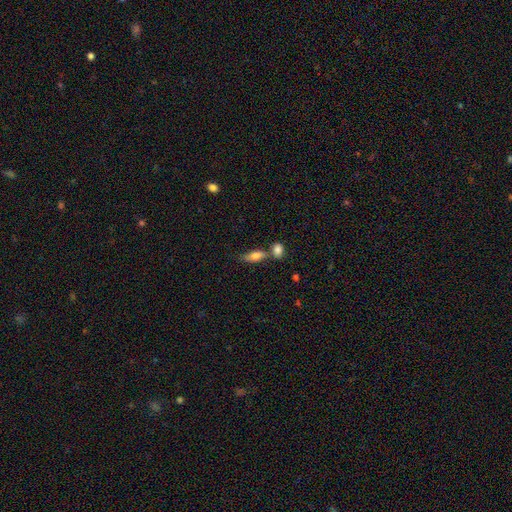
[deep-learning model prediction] Smooth or featured? Predicted: smooth (p=0.78). How rounded? Predicted: in between (p=0.75). Merging? Predicted: none (p=0.46).